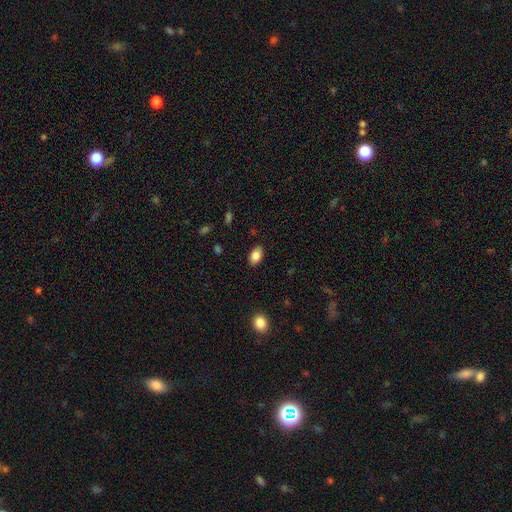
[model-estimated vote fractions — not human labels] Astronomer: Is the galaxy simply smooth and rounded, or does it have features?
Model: smooth — 85%.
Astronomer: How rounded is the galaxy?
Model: in between — 89%.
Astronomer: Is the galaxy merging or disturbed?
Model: none — 87%.